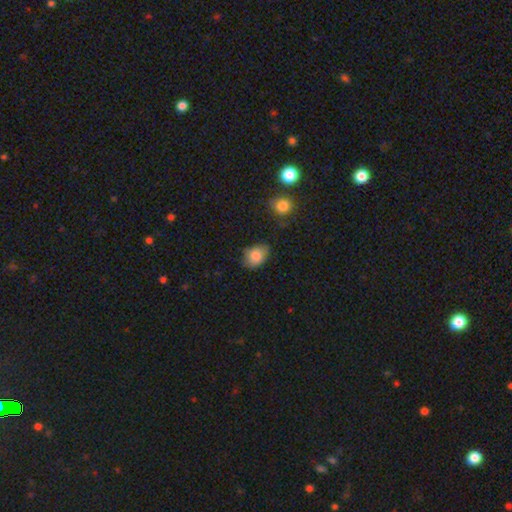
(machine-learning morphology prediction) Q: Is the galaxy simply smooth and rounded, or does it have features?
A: smooth — 83%.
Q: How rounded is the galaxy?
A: in between — 69%.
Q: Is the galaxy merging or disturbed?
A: none — 61%.